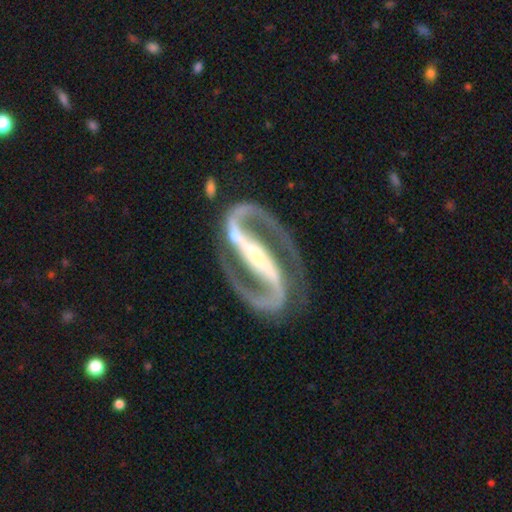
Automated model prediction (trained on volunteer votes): This is clearly a featured or disk galaxy (94%). It is clearly not viewed edge-on (96%). Bar: clearly strong (86%). Spiral arm pattern: clearly yes (98%). Spiral arm count: clearly 2 (95%). Spiral winding: possibly medium (58%). Central bulge: possibly small (58%). Merging: clearly none (83%).